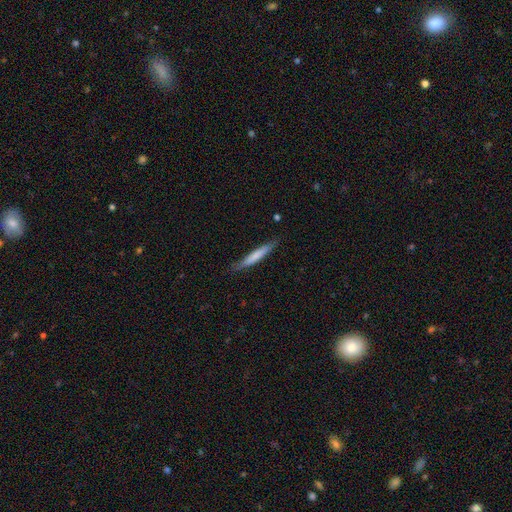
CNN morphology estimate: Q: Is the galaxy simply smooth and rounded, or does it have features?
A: smooth — 70%.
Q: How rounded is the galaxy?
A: cigar-shaped — 94%.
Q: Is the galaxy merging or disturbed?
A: none — 83%.